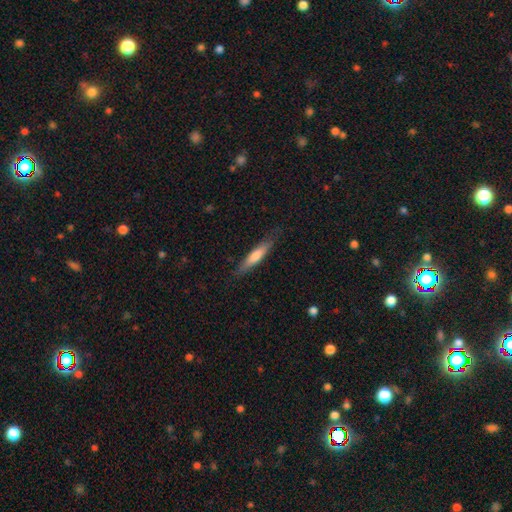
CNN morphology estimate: This is likely a smooth galaxy (63%). How rounded: clearly cigar-shaped (86%). Merging: clearly none (82%).